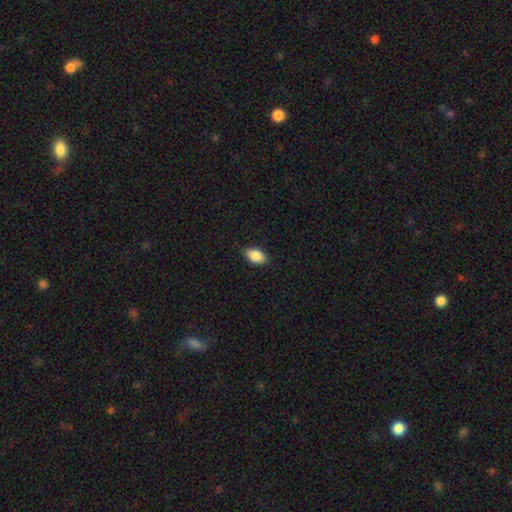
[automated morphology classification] Overall: smooth (88%). How rounded: in between (92%). Merging: none (87%).